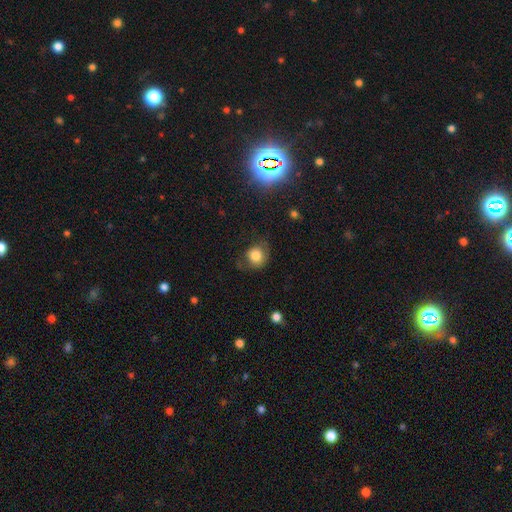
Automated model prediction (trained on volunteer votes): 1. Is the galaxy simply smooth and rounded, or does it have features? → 74% smooth, 16% featured or disk, 10% star or artifact.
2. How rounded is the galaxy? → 78% round, 21% in between, 1% cigar-shaped.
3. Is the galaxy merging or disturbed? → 55% none, 27% minor disturbance, 16% major disturbance, 2% merger.